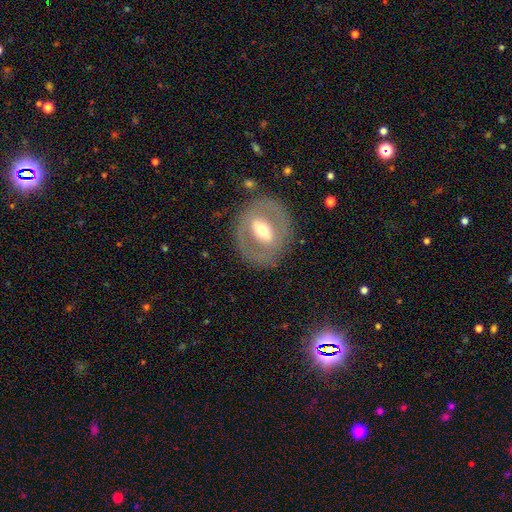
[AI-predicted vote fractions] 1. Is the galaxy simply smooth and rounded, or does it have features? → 69% featured or disk, 21% smooth, 10% star or artifact.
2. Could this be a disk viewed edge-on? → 90% no, 10% yes.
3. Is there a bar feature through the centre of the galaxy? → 50% strong, 34% weak, 17% no.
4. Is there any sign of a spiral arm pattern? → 61% no, 39% yes.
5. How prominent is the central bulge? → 66% moderate, 23% small, 9% large, 1% dominant, 1% none.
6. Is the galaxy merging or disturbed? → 78% none, 13% minor disturbance, 8% major disturbance, 2% merger.